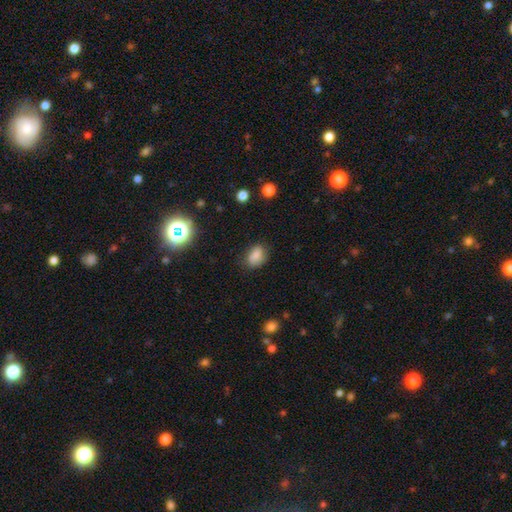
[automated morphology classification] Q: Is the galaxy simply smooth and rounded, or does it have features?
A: smooth — 82%.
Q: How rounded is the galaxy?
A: in between — 80%.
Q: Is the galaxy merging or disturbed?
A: none — 73%.